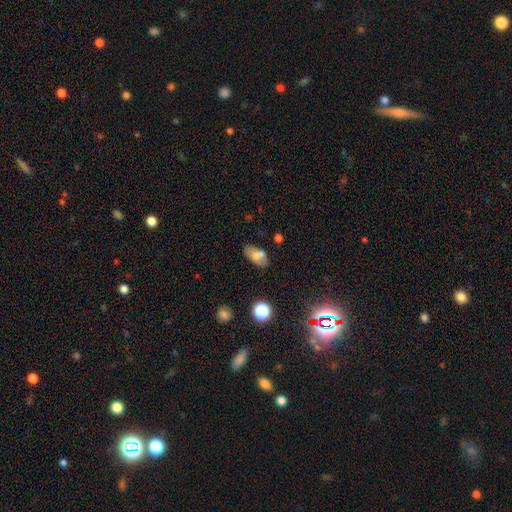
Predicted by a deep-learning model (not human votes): smooth-or-featured: smooth: 62% | featured or disk: 27% | star or artifact: 11%
  how-rounded: in between: 90% | round: 7% | cigar-shaped: 4%
  merging: none: 57% | minor disturbance: 19% | merger: 16% | major disturbance: 7%